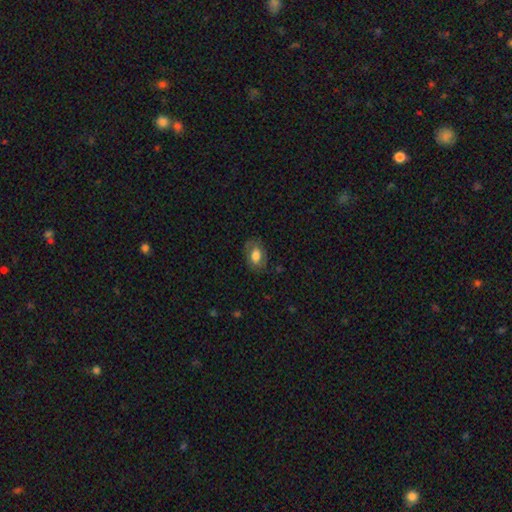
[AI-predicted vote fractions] This is likely a smooth galaxy (69%). How rounded: clearly in between (84%). Merging: likely none (74%).